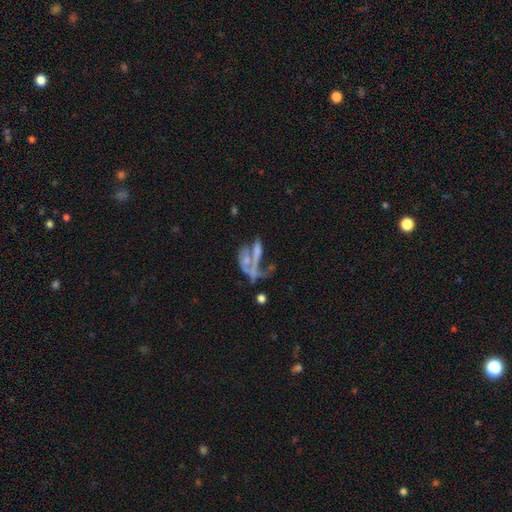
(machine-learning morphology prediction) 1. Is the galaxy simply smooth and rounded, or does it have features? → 54% featured or disk, 31% smooth, 15% star or artifact.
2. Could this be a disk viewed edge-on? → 84% no, 16% yes.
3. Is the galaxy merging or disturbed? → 51% merger, 21% major disturbance, 18% none, 10% minor disturbance.